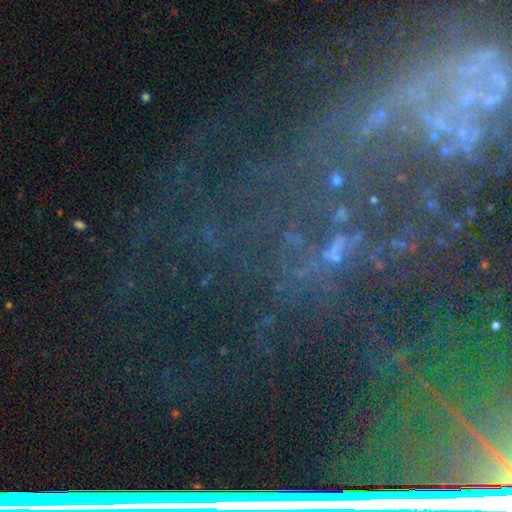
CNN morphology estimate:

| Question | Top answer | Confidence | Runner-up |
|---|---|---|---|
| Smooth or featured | star or artifact | 57% | featured or disk (30%) |